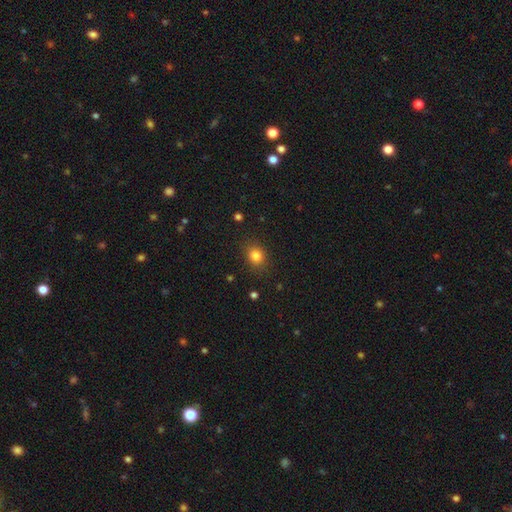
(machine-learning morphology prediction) Smooth or featured? Predicted: smooth (p=0.83). How rounded? Predicted: round (p=0.64). Merging? Predicted: none (p=0.84).